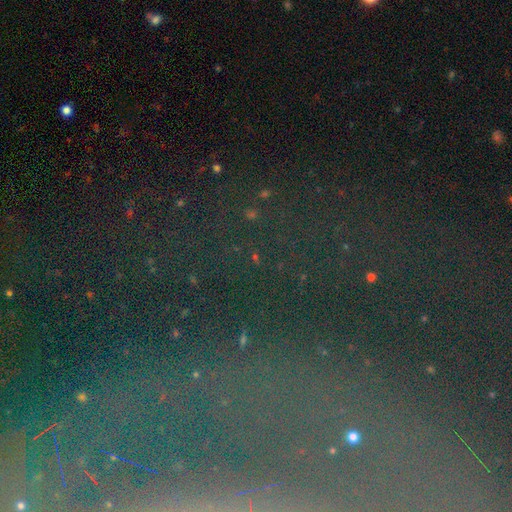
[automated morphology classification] A star or artifact, not a galaxy (60%).